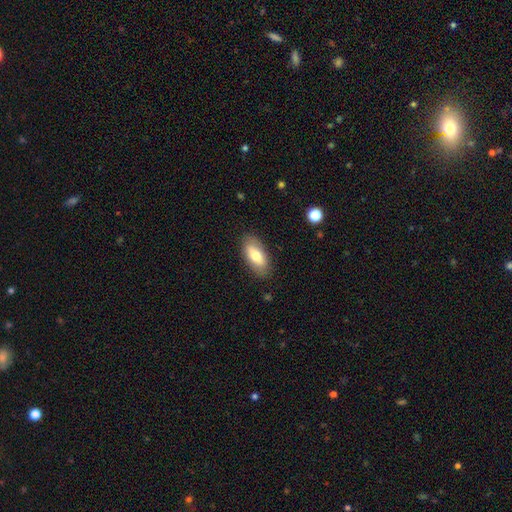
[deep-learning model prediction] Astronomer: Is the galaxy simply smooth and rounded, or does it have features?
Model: smooth — 72%.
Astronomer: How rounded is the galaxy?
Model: in between — 87%.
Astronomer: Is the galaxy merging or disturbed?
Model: none — 85%.